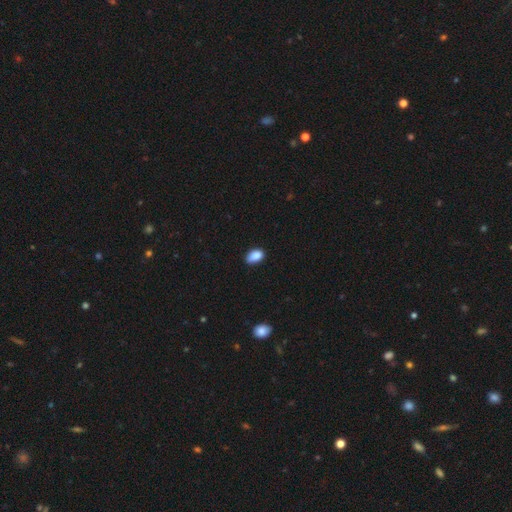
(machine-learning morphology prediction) This appears to be a smooth galaxy with no disk features (87%) that is in between round and cigar-shaped (89%). Merging: none (67%).